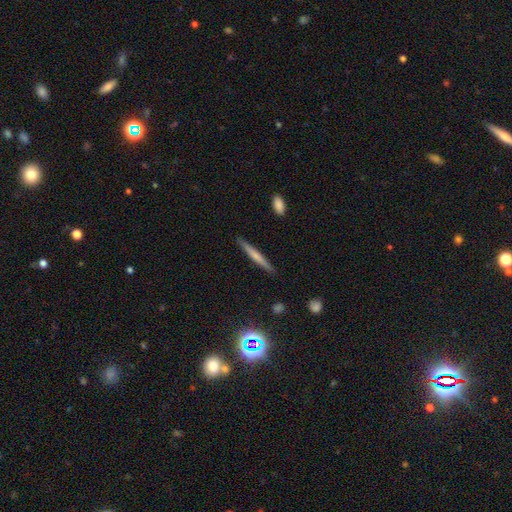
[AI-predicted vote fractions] The model was most divided on "smooth or featured": smooth: 55%, featured or disk: 38%, star or artifact: 7%. More confident: how rounded — cigar-shaped (95%); merging — none (90%).